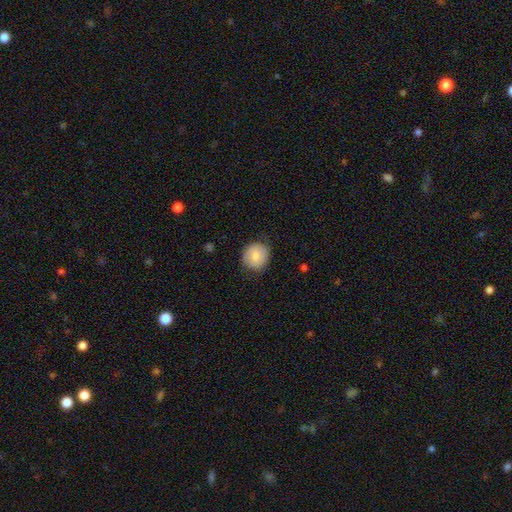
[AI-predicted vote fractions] Smooth or featured: smooth — 78% (featured or disk — 15%)
How rounded: round — 79% (in between — 20%)
Merging: none — 76% (minor disturbance — 19%)